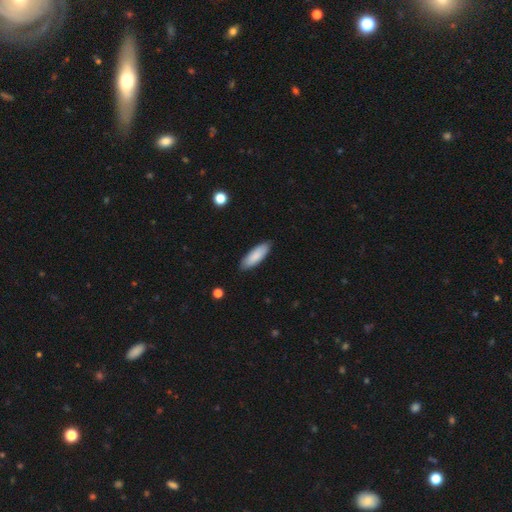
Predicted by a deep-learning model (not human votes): Smooth or featured: smooth — 88% (featured or disk — 7%)
How rounded: in between — 60% (cigar-shaped — 38%)
Merging: none — 88% (minor disturbance — 9%)